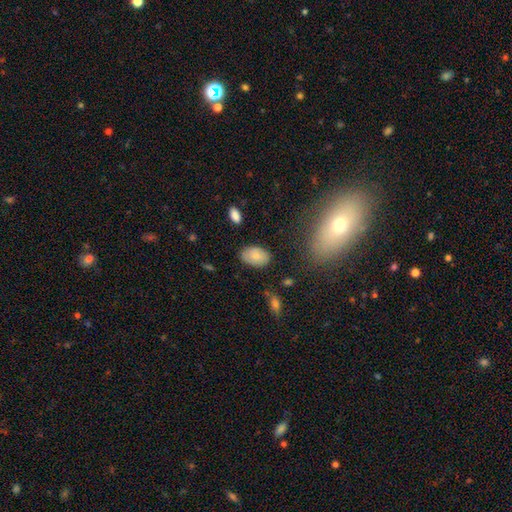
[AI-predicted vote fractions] The model was most divided on "smooth or featured": smooth: 79%, featured or disk: 14%, star or artifact: 7%. More confident: how rounded — in between (90%); merging — none (81%).